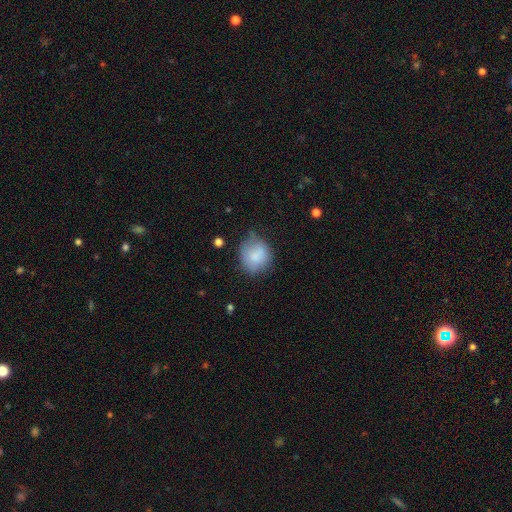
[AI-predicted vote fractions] This appears to be a smooth galaxy with no disk features (79%) that is round (79%). Merging: none (53%).